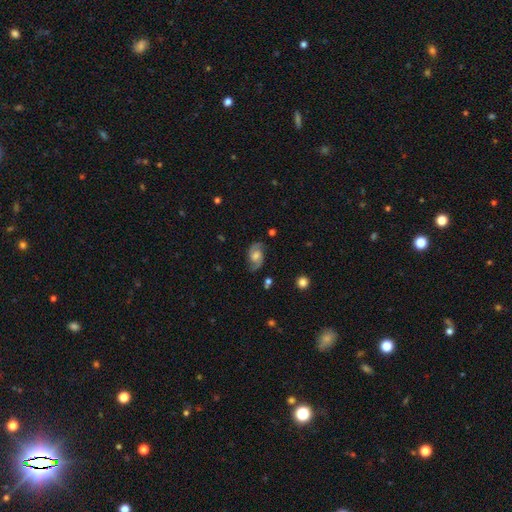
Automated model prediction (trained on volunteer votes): Q: Smooth or featured?
A: featured or disk (79%); runner-up: smooth (14%)
Q: Edge-on disk?
A: no (97%); runner-up: yes (3%)
Q: Bar?
A: no (53%); runner-up: weak (39%)
Q: Spiral arms?
A: yes (96%); runner-up: no (4%)
Q: Spiral winding?
A: medium (50%); runner-up: loose (32%)
Q: Spiral arm count?
A: 2 (92%); runner-up: can't tell (3%)
Q: Bulge size?
A: moderate (53%); runner-up: small (23%)
Q: Merging?
A: none (79%); runner-up: minor disturbance (15%)